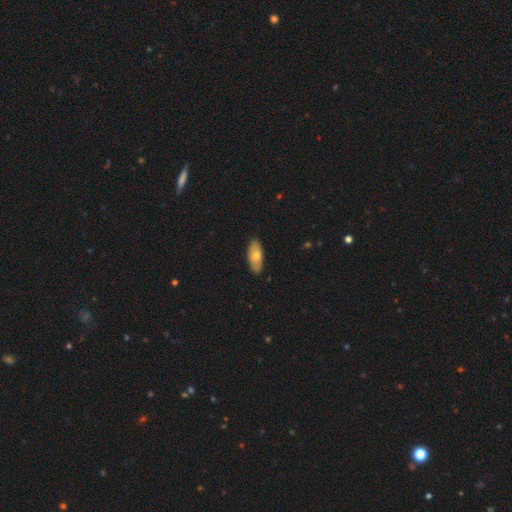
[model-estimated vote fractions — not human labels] Smooth or featured?
  - smooth: 69% *
  - featured or disk: 26%
  - star or artifact: 6%
How rounded?
  - in between: 85% *
  - cigar-shaped: 12%
  - round: 2%
Merging?
  - none: 88% *
  - minor disturbance: 9%
  - major disturbance: 2%
  - merger: 1%